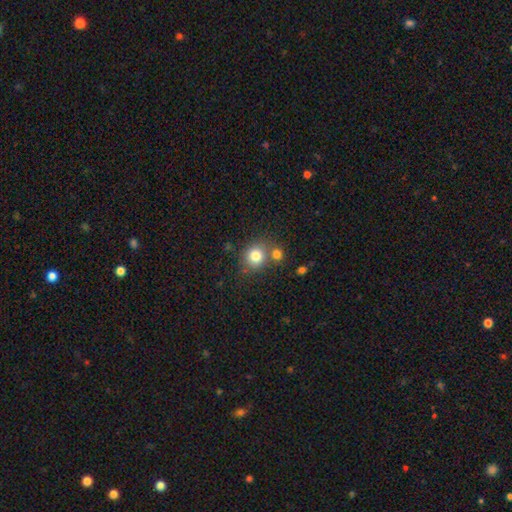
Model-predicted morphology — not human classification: Smooth or featured? smooth (80%)
How rounded? round (83%)
Merging? none (62%)